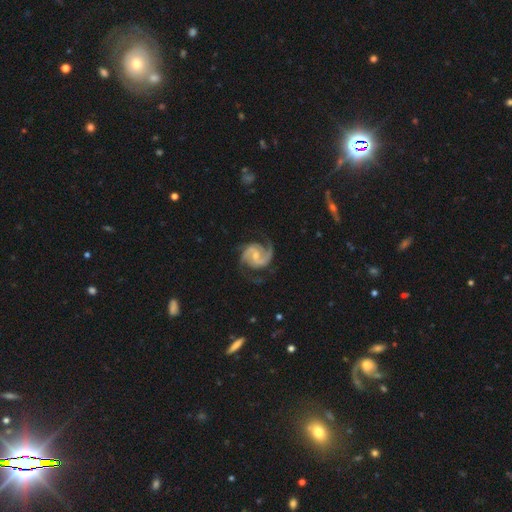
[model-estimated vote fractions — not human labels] This appears to be a featured or disk galaxy (92%) with a weak bar (50%), 2 (84%) medium (57%) spiral arms (98%) and a small central bulge (51%). Merging: none (75%).